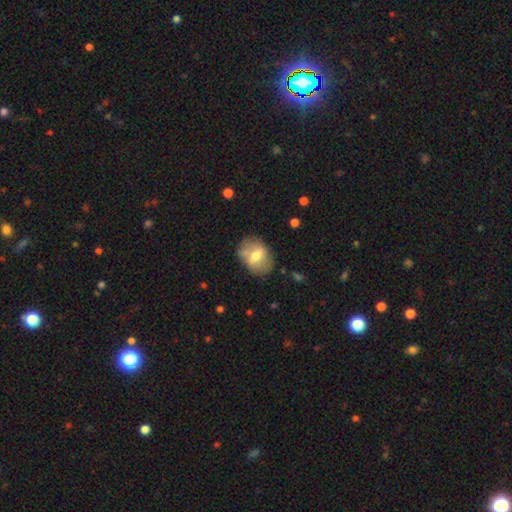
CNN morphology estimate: Overall: smooth (53%; featured or disk 39%). How rounded: in between (72%). Merging: none (67%).